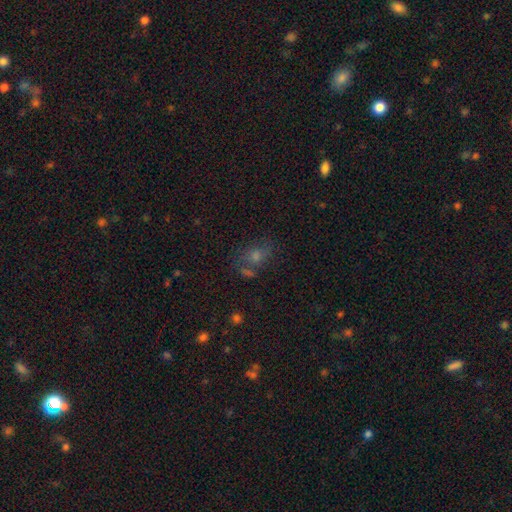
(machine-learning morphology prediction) A smooth galaxy with no disk features (46%).

Vote fractions:
- Smooth or featured? smooth: 46% / star or artifact: 31% / featured or disk: 23%
- Merging? none: 58% / minor disturbance: 17% / merger: 16% / major disturbance: 9%